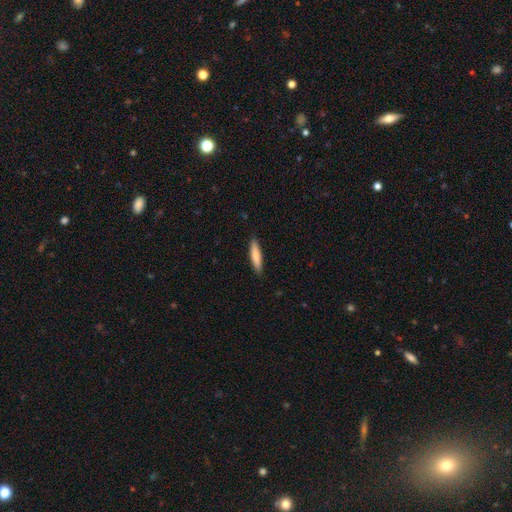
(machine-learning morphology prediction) Q: Smooth or featured?
A: smooth (81%); runner-up: featured or disk (13%)
Q: How rounded?
A: cigar-shaped (83%); runner-up: in between (16%)
Q: Merging?
A: none (89%); runner-up: minor disturbance (8%)